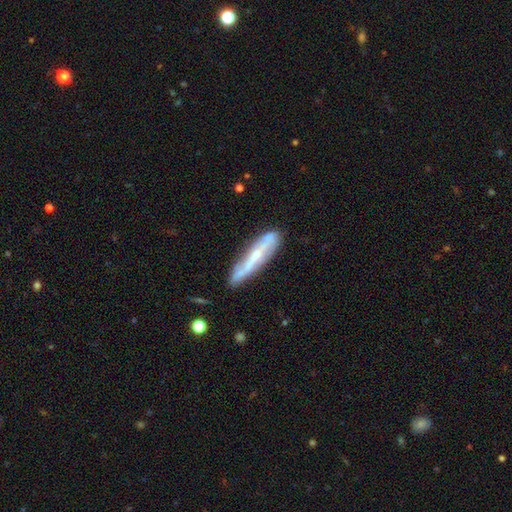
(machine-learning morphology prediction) Smooth or featured? featured or disk (68%)
Edge-on disk? yes (55%)
Merging? none (76%)